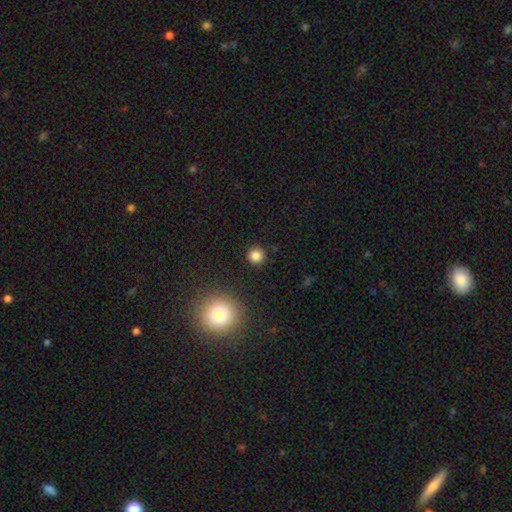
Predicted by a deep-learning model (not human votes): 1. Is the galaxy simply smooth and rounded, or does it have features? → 83% smooth, 13% star or artifact, 4% featured or disk.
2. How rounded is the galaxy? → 94% round, 5% in between, 1% cigar-shaped.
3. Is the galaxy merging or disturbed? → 91% none, 5% minor disturbance, 2% major disturbance, 2% merger.